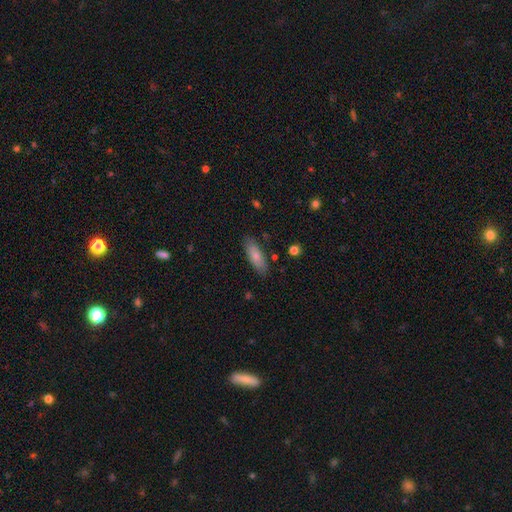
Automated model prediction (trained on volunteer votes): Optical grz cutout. It shows a smooth galaxy with no disk features (77%) that is in between round and cigar-shaped (70%). Merging: none (83%).